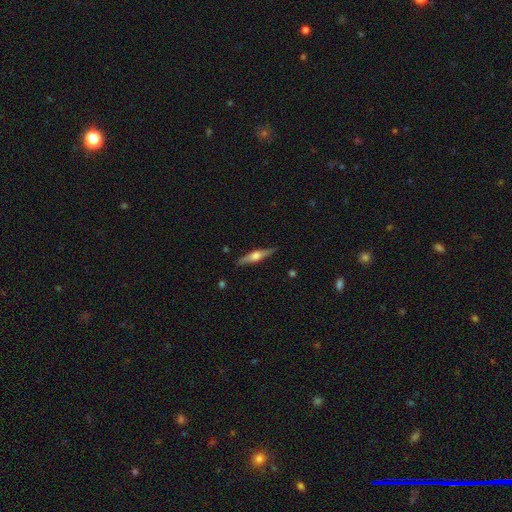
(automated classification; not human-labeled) This is likely a featured or disk galaxy (70%). It is clearly viewed edge-on (97%). Edge-on bulge: clearly rounded (89%). Merging: clearly none (88%).